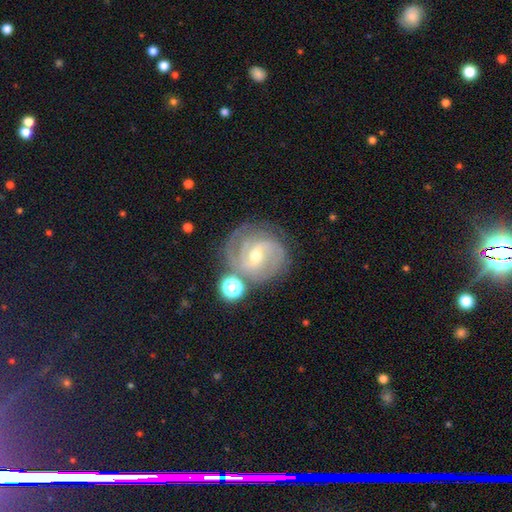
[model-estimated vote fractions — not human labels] A featured or disk galaxy (86%) with a weak bar (52%), 2 (37%) tight (59%) spiral arms (97%) and a moderate central bulge (52%).

Vote fractions:
- Smooth or featured? featured or disk: 86% / smooth: 7% / star or artifact: 7%
- Edge-on disk? no: 97% / yes: 3%
- Bar? weak: 52% / no: 27% / strong: 21%
- Spiral arms? yes: 97% / no: 3%
- Spiral winding? tight: 59% / medium: 35% / loose: 6%
- Spiral arm count? 2: 37% / 3: 31% / can't tell: 17% / 4: 7% / 1: 4% / more than 4: 4%
- Bulge size? moderate: 52% / small: 45% / large: 2% / none: 1% / dominant: 1%
- Merging? none: 72% / minor disturbance: 15% / merger: 8% / major disturbance: 6%